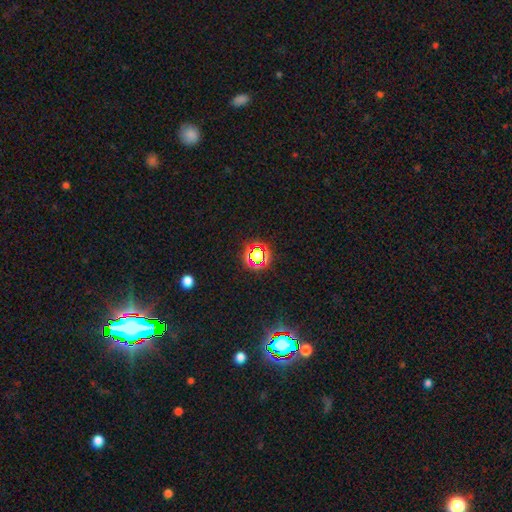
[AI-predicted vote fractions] Smooth or featured?
  - star or artifact: 61% *
  - smooth: 29%
  - featured or disk: 10%